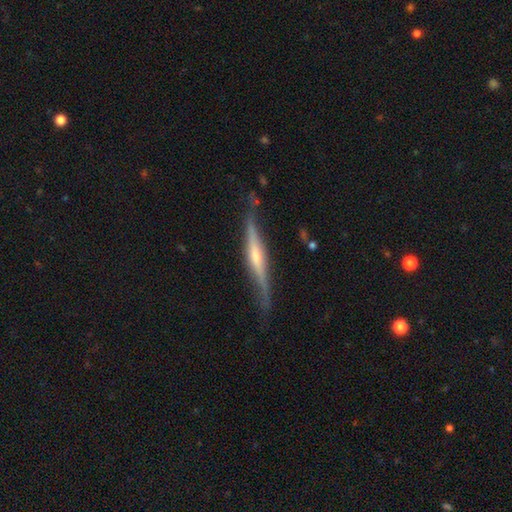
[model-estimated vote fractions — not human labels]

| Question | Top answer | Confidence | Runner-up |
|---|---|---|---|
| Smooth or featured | featured or disk | 74% | smooth (20%) |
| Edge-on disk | yes | 95% | no (5%) |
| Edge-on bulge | rounded | 66% | none (20%) |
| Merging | none | 74% | minor disturbance (19%) |